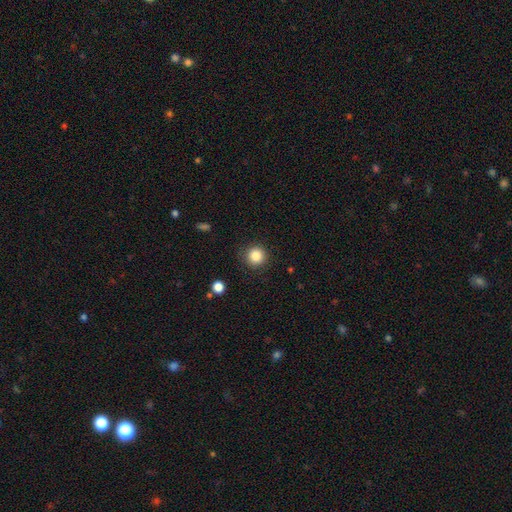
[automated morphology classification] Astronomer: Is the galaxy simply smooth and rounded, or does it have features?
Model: smooth — 85%.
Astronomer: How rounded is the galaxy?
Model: round — 94%.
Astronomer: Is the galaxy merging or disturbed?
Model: none — 89%.